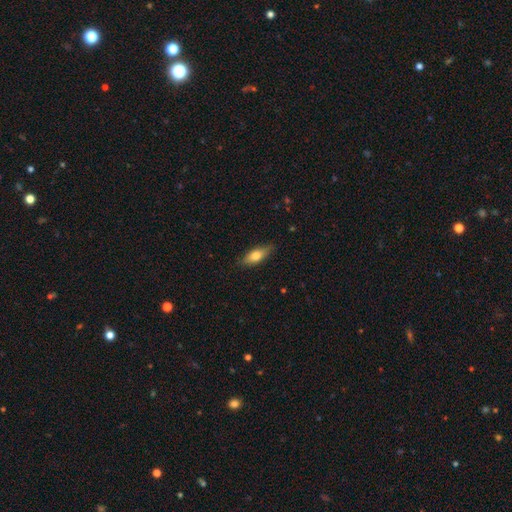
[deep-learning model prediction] The model was most divided on "how rounded": in between: 68%, cigar-shaped: 29%, round: 3%. More confident: merging — none (83%); smooth or featured — smooth (70%).